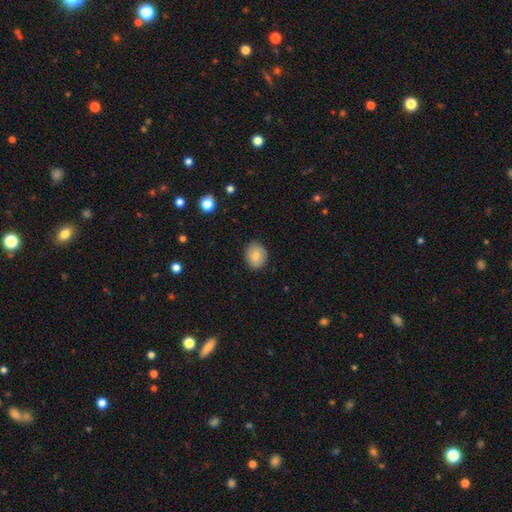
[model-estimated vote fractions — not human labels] Overall: smooth (82%). How rounded: round (54%; in between 45%). Merging: none (85%).